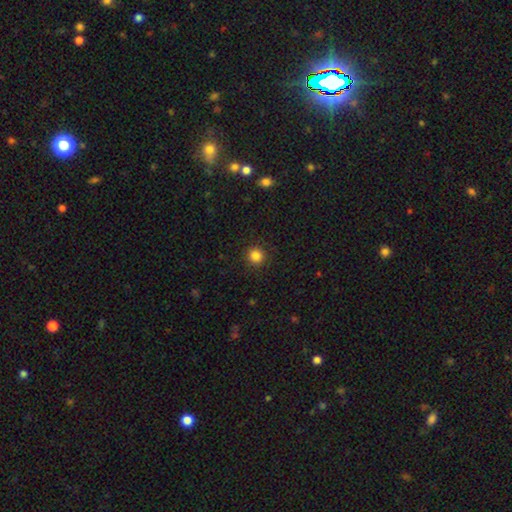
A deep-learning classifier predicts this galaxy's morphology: smooth_or_featured: smooth (p=0.85) [alt: star or artifact p=0.12]
how_rounded: round (p=0.93) [alt: in between p=0.07]
merging: none (p=0.91) [alt: minor disturbance p=0.06]